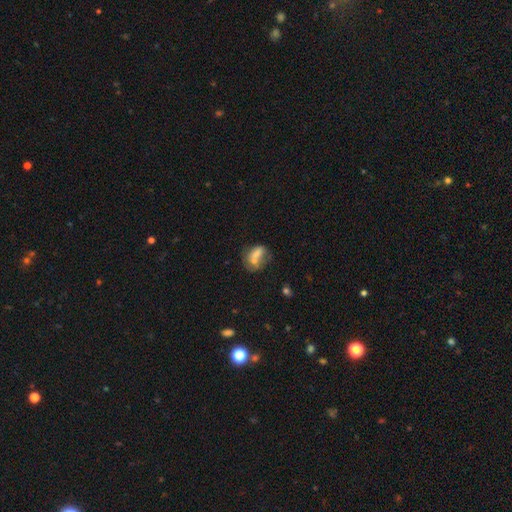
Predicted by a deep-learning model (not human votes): A smooth galaxy with no disk features (63%) that is in between round and cigar-shaped (75%).

Vote fractions:
- Smooth or featured? smooth: 63% / featured or disk: 27% / star or artifact: 10%
- How rounded? in between: 75% / round: 20% / cigar-shaped: 5%
- Merging? merger: 33% (tied) / none: 33% (tied) / minor disturbance: 20% / major disturbance: 14%